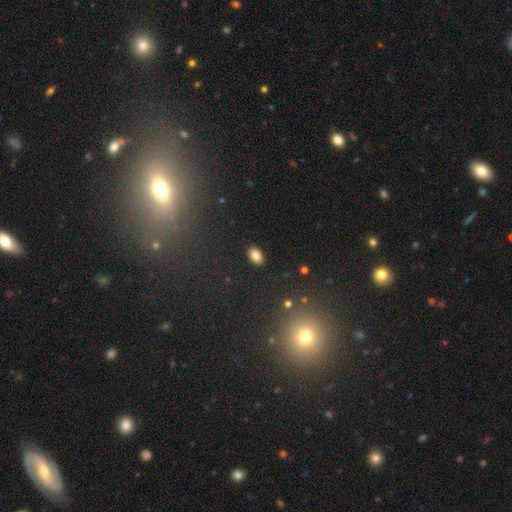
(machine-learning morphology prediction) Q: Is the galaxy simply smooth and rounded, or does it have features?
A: smooth — 83%.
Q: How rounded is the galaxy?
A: in between — 90%.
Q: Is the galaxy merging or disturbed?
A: none — 89%.